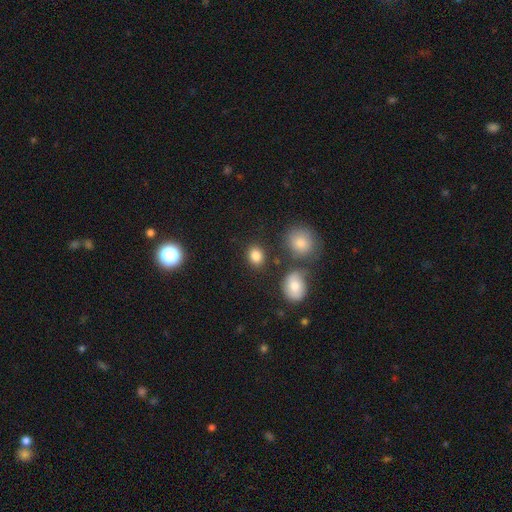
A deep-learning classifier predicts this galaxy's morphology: A smooth galaxy with no disk features (83%) that is round (53%). Merging: none (80%).